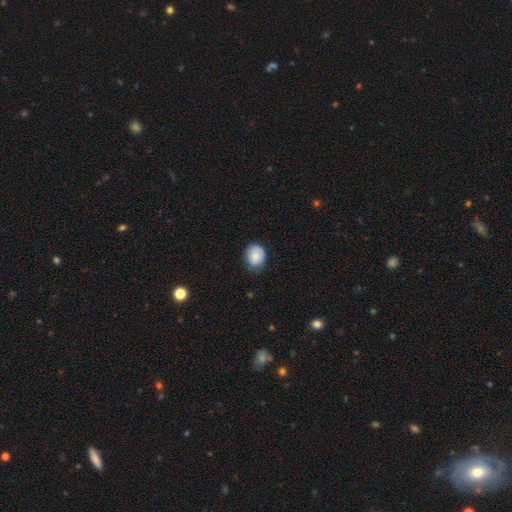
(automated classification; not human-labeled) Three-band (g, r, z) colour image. It shows a smooth galaxy with no disk features (80%) that is round (50%). Merging: none (69%).